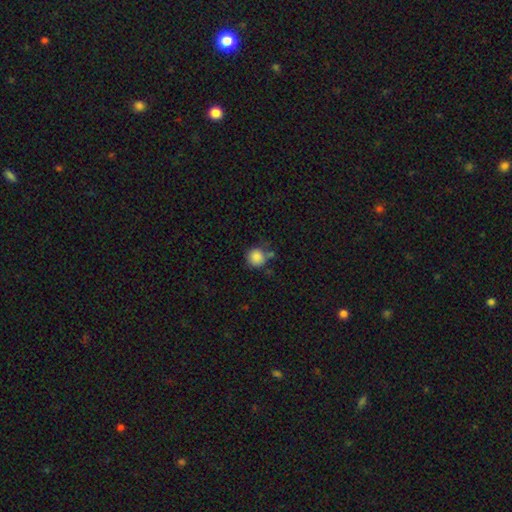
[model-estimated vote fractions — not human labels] Smooth or featured? smooth (86%)
How rounded? round (93%)
Merging? none (68%)